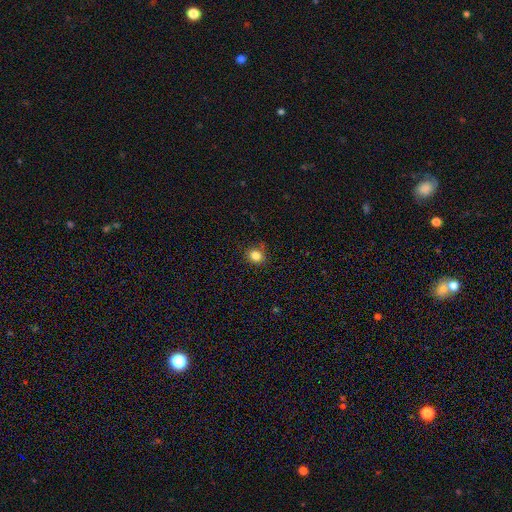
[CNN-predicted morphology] smooth-or-featured: smooth: 83% | star or artifact: 12% | featured or disk: 4%
  how-rounded: round: 75% | in between: 24% | cigar-shaped: 1%
  merging: none: 81% | minor disturbance: 14% | major disturbance: 3% | merger: 1%